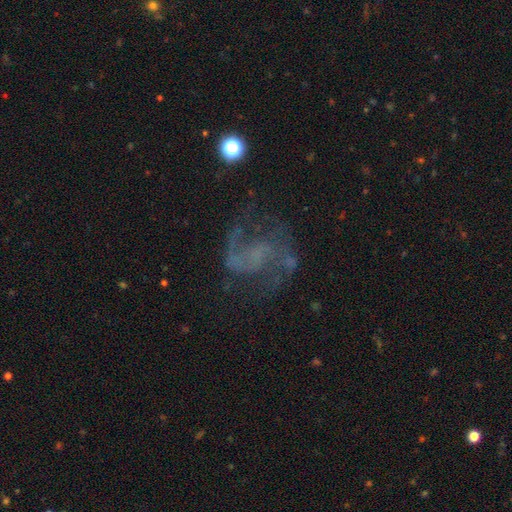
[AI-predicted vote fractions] A featured or disk galaxy (78%) with no bar (48%), 2 (84%) medium (45%) spiral arms (90%) and no central bulge (64%). Merging: none (62%).